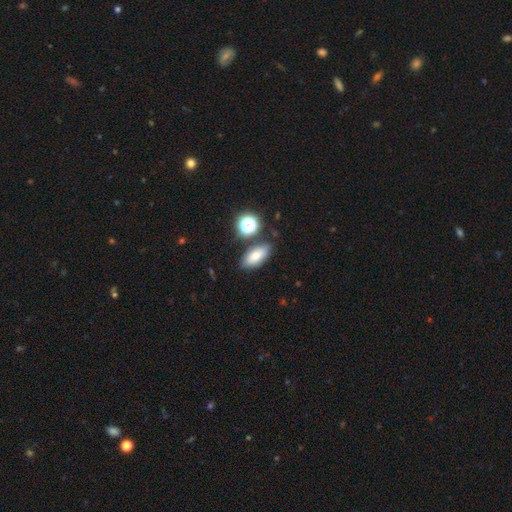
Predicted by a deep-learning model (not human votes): A smooth galaxy with no disk features (74%) that is in between round and cigar-shaped (80%).

Vote fractions:
- Smooth or featured? smooth: 74% / featured or disk: 14% / star or artifact: 12%
- How rounded? in between: 80% / cigar-shaped: 11% / round: 8%
- Merging? none: 79% / minor disturbance: 12% / merger: 6% / major disturbance: 3%